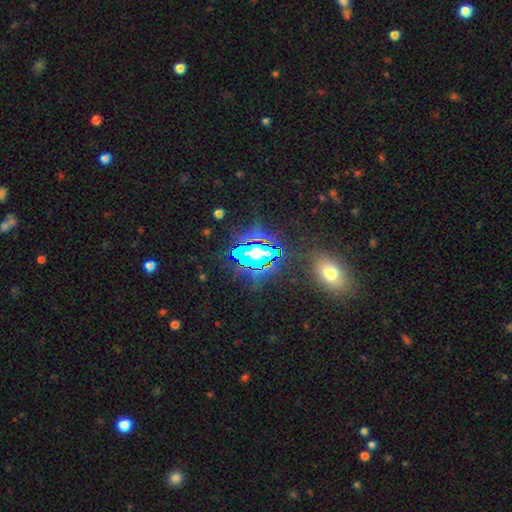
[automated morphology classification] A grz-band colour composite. It shows a star or artifact, not a galaxy (68%).